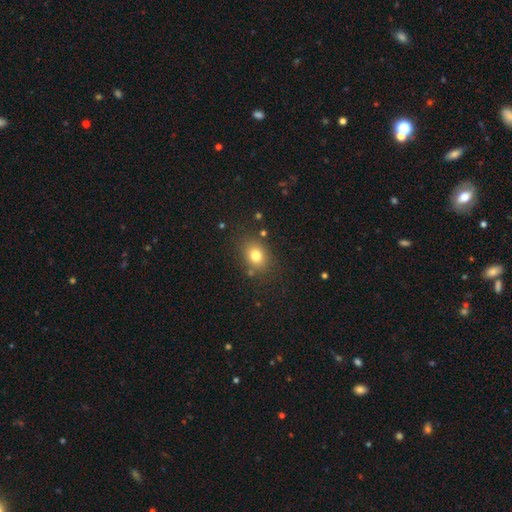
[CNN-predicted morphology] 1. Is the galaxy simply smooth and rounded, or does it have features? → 78% smooth, 13% star or artifact, 10% featured or disk.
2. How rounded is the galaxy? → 50% in between, 49% round, 1% cigar-shaped.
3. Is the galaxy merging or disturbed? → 80% none, 12% minor disturbance, 4% major disturbance, 4% merger.